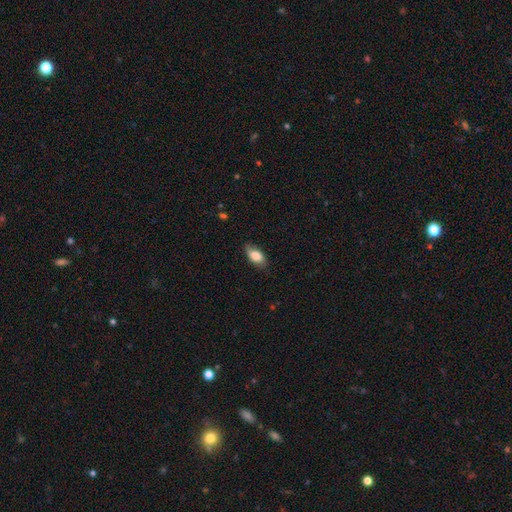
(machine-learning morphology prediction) smooth-or-featured: smooth: 82% | featured or disk: 11% | star or artifact: 7%
  how-rounded: in between: 90% | cigar-shaped: 6% | round: 4%
  merging: none: 79% | minor disturbance: 17% | major disturbance: 3% | merger: 1%